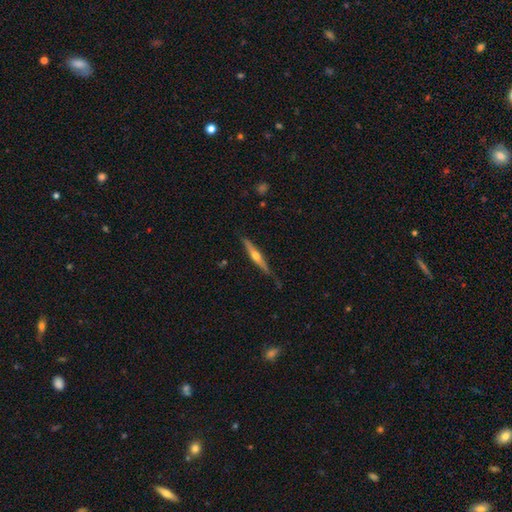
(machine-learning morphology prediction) Smooth or featured? Predicted: featured or disk (p=0.67). Edge-on disk? Predicted: yes (p=0.97). Edge-on bulge? Predicted: rounded (p=0.90). Merging? Predicted: none (p=0.76).